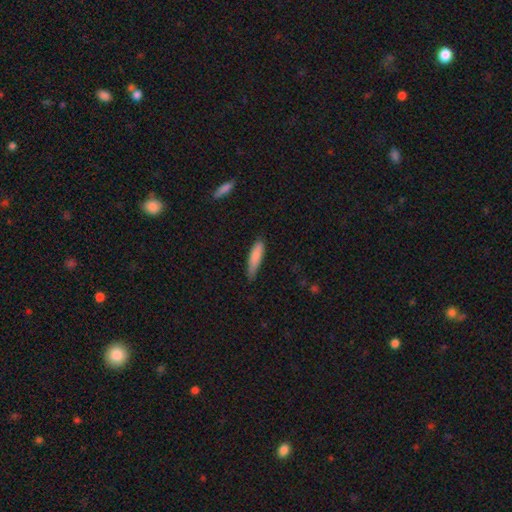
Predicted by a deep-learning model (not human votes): This appears to be a smooth galaxy with no disk features (85%) that is cigar-shaped (73%). Merging: none (66%).